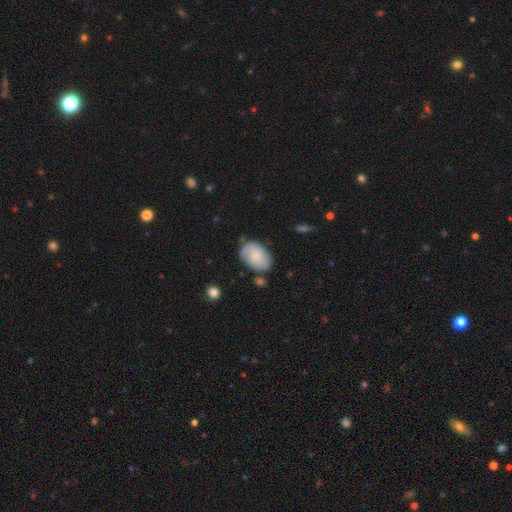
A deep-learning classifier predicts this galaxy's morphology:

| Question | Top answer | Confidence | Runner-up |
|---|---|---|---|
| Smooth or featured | smooth | 67% | featured or disk (27%) |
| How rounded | in between | 86% | round (13%) |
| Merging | none | 68% | minor disturbance (22%) |